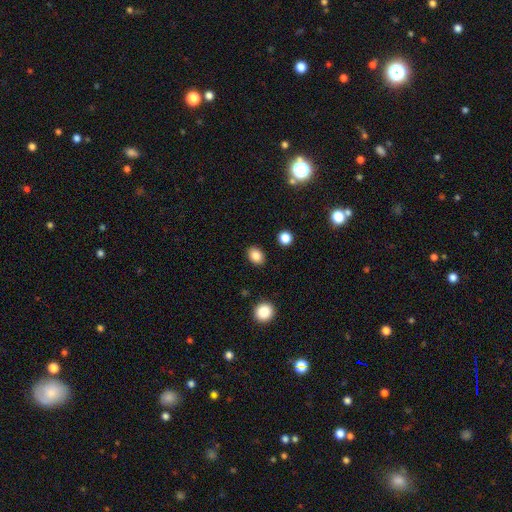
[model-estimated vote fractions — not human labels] Smooth or featured? Predicted: smooth (p=0.85). How rounded? Predicted: in between (p=0.67). Merging? Predicted: none (p=0.88).